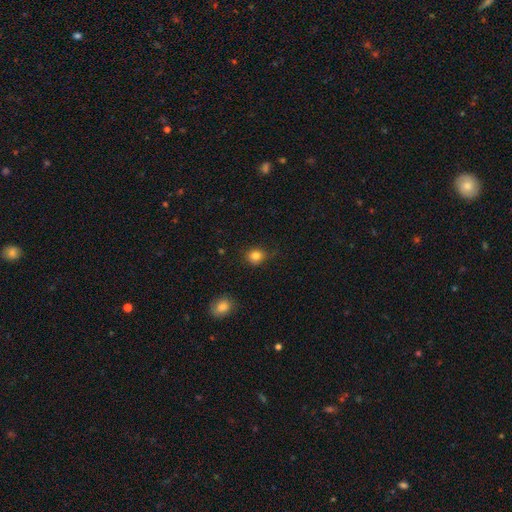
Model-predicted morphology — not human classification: type=smooth (83%); roundness=round (76%); merging=none (78%).